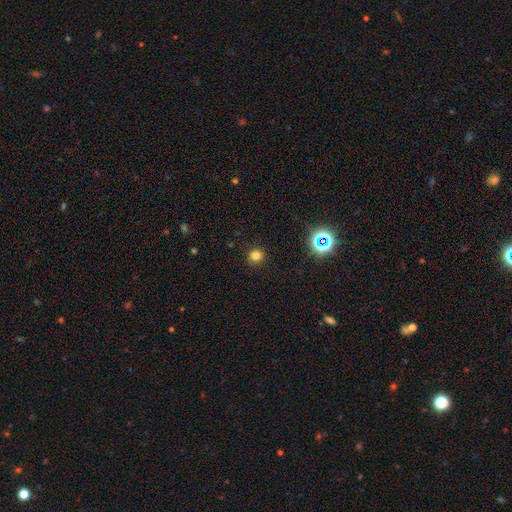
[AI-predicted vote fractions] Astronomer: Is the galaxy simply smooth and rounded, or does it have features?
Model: smooth — 78%.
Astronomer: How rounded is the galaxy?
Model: round — 90%.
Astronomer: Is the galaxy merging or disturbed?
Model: none — 90%.